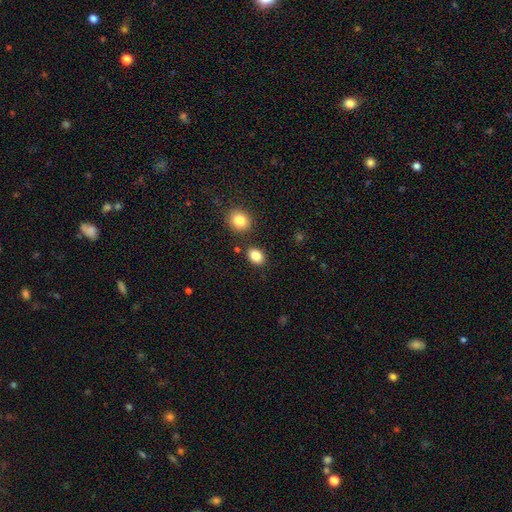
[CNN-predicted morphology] Overall: smooth (85%). How rounded: in between (67%; round 32%). Merging: none (81%).